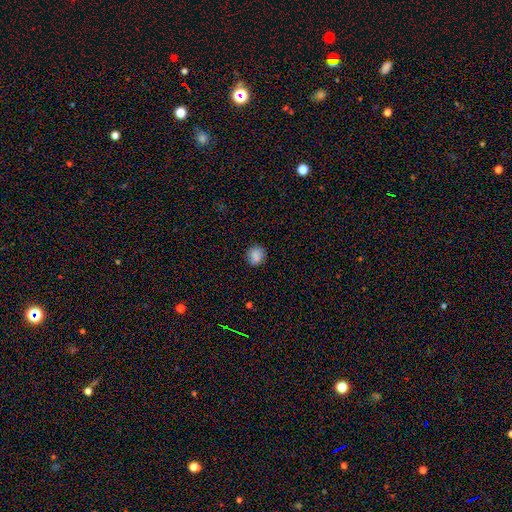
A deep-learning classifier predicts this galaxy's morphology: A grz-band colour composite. It shows a smooth galaxy with no disk features (83%) that is round (84%). Merging: none (80%).